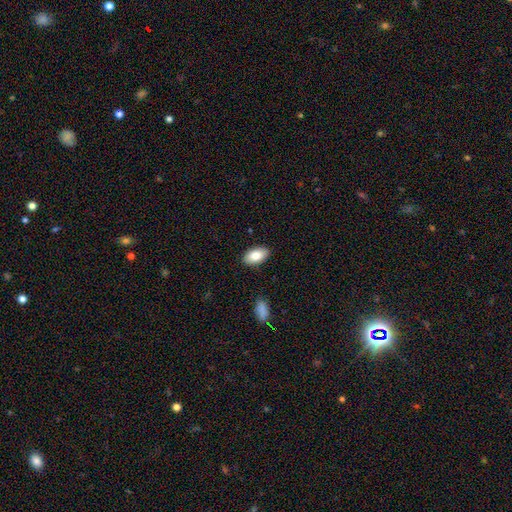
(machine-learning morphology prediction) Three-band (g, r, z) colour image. It shows a smooth galaxy with no disk features (83%) that is in between round and cigar-shaped (95%). Merging: none (88%).